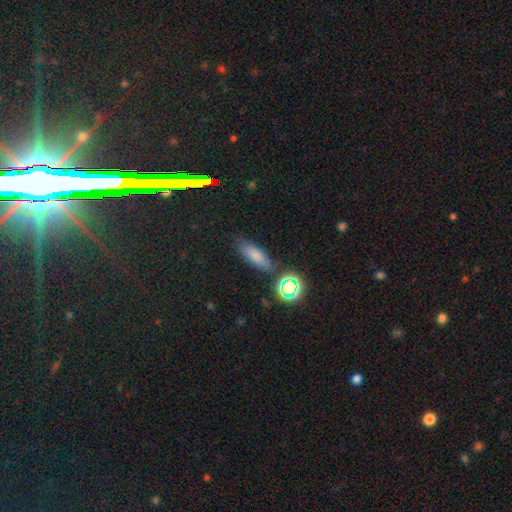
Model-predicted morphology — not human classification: This is likely a smooth galaxy (70%). How rounded: possibly in between (59%). Merging: likely none (78%).